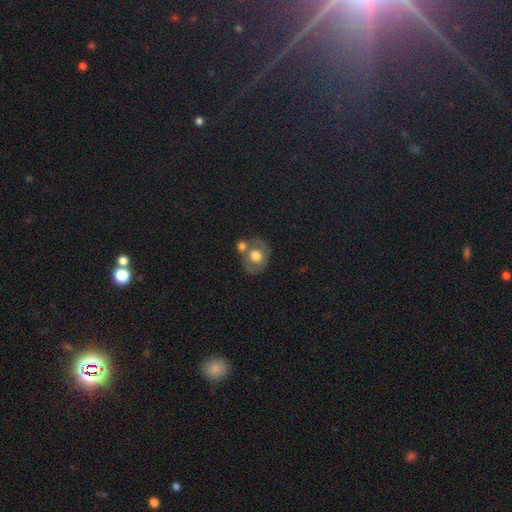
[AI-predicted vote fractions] smooth 52%, featured or disk 39%, star or artifact 8%. Down the decision tree: how rounded — round (59%); merging — none (46%).